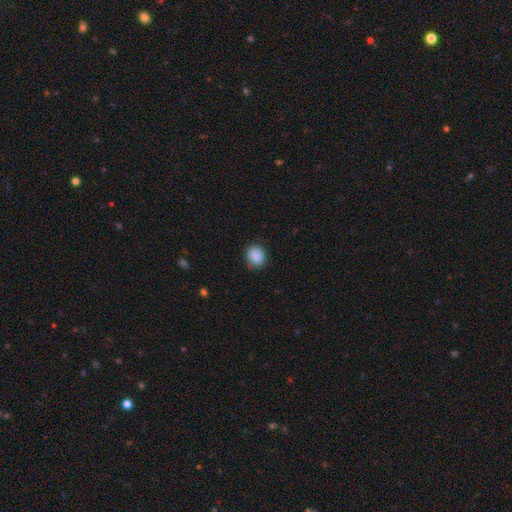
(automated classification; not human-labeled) Smooth or featured: smooth — 89% (star or artifact — 8%)
How rounded: round — 72% (in between — 27%)
Merging: none — 85% (minor disturbance — 11%)